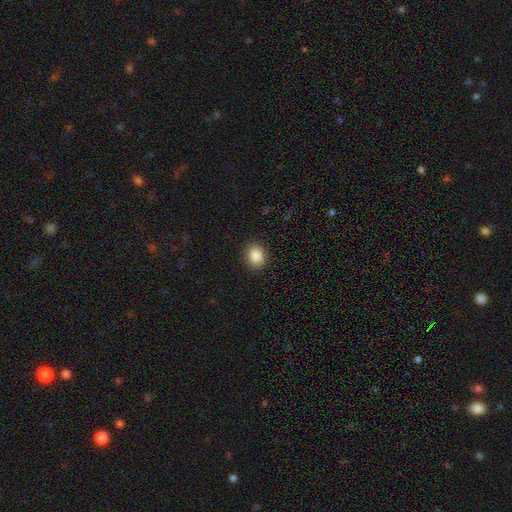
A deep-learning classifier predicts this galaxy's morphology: This is clearly a smooth galaxy (86%). How rounded: possibly round (55%). Merging: clearly none (90%).